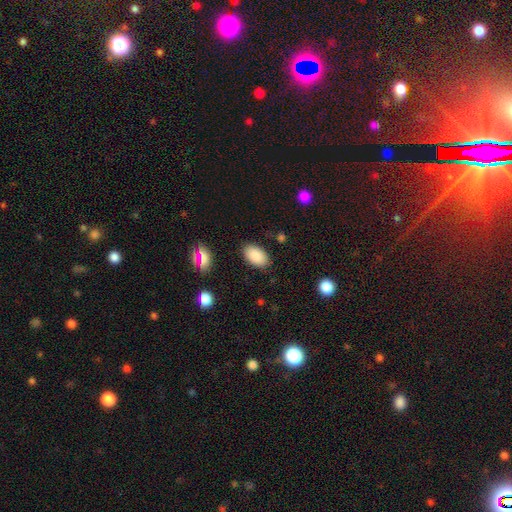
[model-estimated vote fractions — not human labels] smooth 86%, star or artifact 8%, featured or disk 6%. Down the decision tree: how rounded — in between (94%); merging — none (86%).